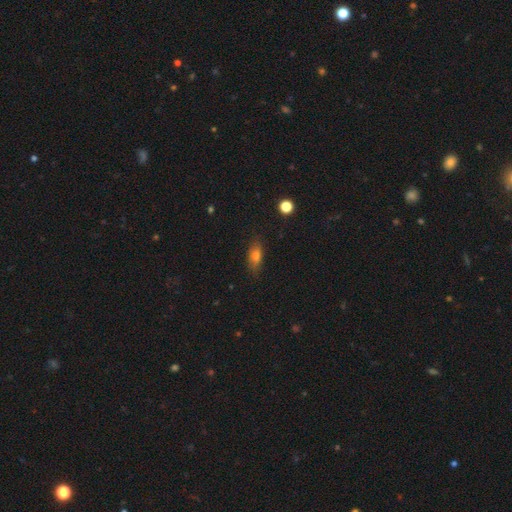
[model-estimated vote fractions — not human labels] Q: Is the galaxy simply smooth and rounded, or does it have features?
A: smooth — 73%.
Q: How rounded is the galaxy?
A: in between — 75%.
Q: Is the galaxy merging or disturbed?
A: none — 82%.